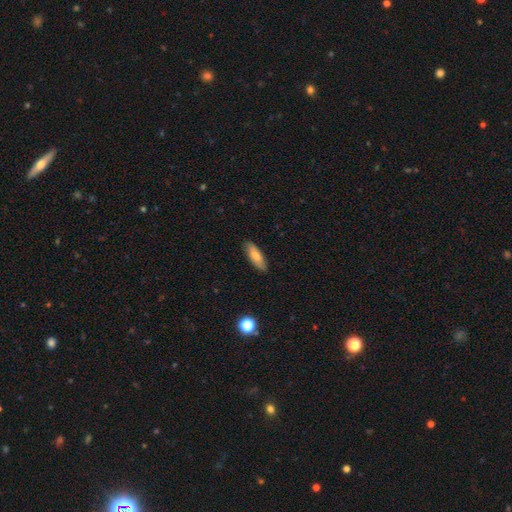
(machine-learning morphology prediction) This is likely a smooth galaxy (76%). How rounded: likely in between (61%). Merging: clearly none (87%).